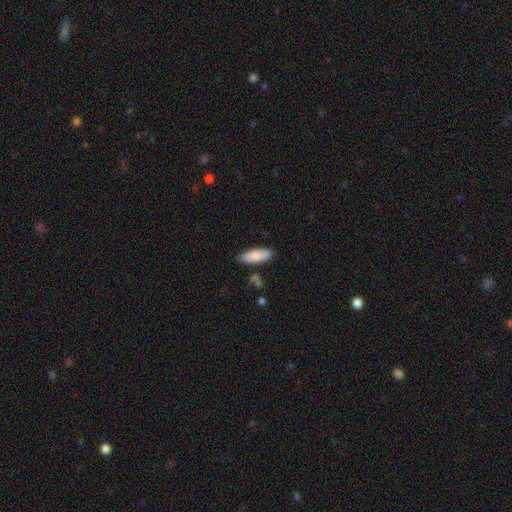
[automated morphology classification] smooth_or_featured: smooth (p=0.86) [alt: featured or disk p=0.09]
how_rounded: in between (p=0.67) [alt: cigar-shaped p=0.31]
merging: none (p=0.82) [alt: minor disturbance p=0.12]